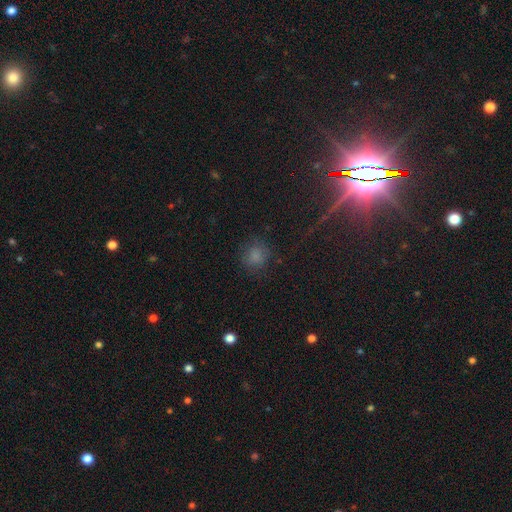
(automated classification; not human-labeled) smooth_or_featured: smooth (p=0.74) [alt: star or artifact p=0.18]
how_rounded: round (p=0.83) [alt: in between p=0.16]
merging: none (p=0.78) [alt: minor disturbance p=0.14]